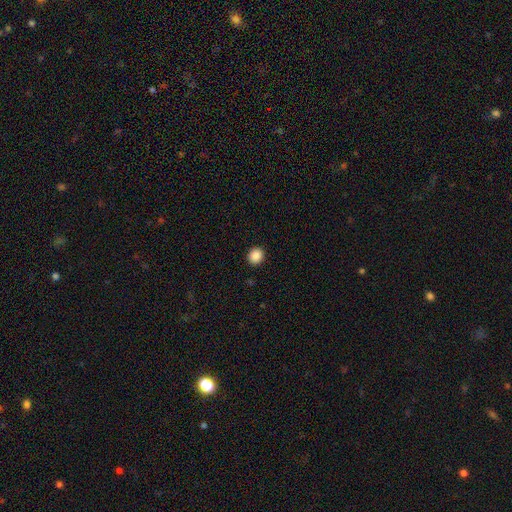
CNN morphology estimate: Smooth or featured? Predicted: smooth (p=0.89). How rounded? Predicted: round (p=0.84). Merging? Predicted: none (p=0.92).